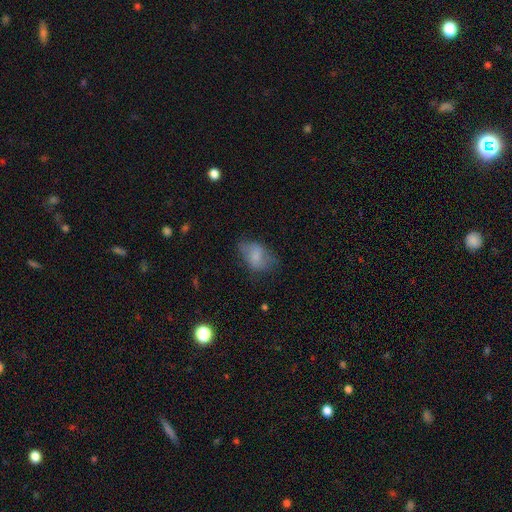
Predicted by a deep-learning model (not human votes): Smooth or featured? smooth (70%)
How rounded? in between (86%)
Merging? none (49%)